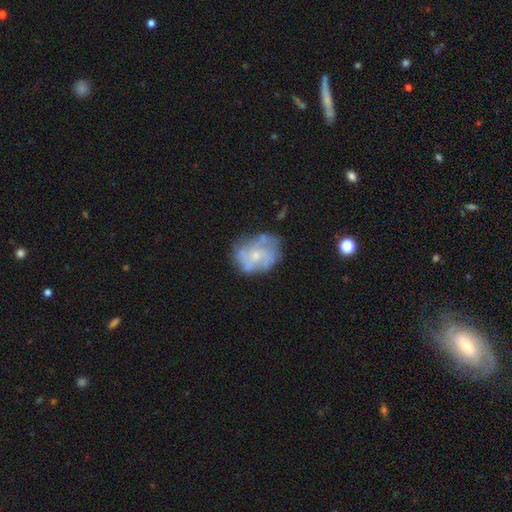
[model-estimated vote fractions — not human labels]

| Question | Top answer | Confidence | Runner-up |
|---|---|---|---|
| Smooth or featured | featured or disk | 67% | smooth (24%) |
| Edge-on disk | no | 98% | yes (2%) |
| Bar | no | 79% | weak (18%) |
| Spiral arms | yes | 66% | no (34%) |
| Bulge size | small | 66% | moderate (26%) |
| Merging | none | 61% | minor disturbance (23%) |